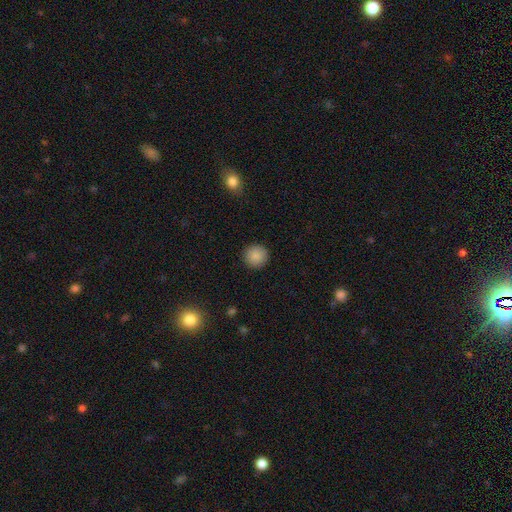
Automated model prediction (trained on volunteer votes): smooth 88%, star or artifact 9%, featured or disk 3%. Down the decision tree: how rounded — round (95%); merging — none (92%).